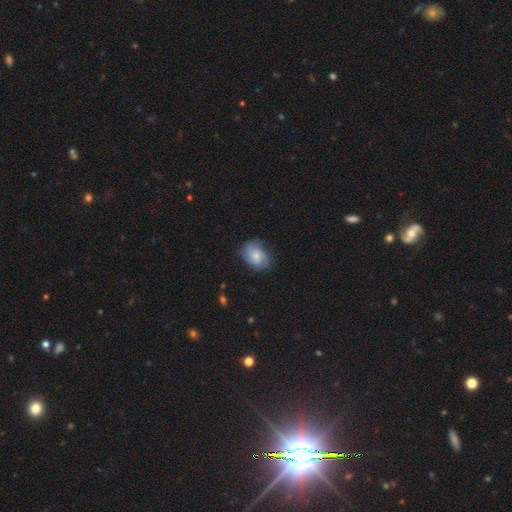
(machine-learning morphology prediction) smooth 51%, featured or disk 41%, star or artifact 8%. Down the decision tree: how rounded — in between (66%); merging — none (67%).